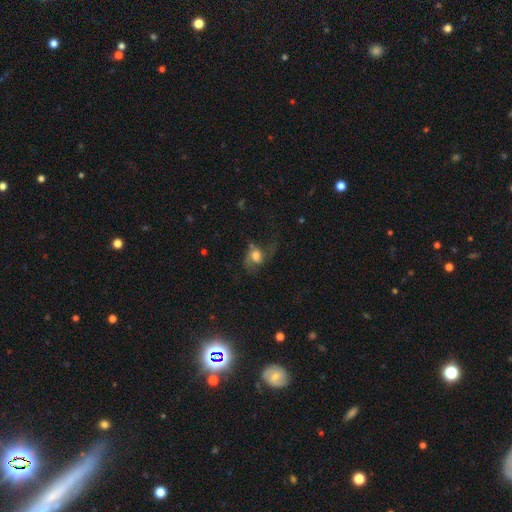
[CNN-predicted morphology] Overall: smooth (49%; featured or disk 39%). Merging: major disturbance (38%; none 35%).